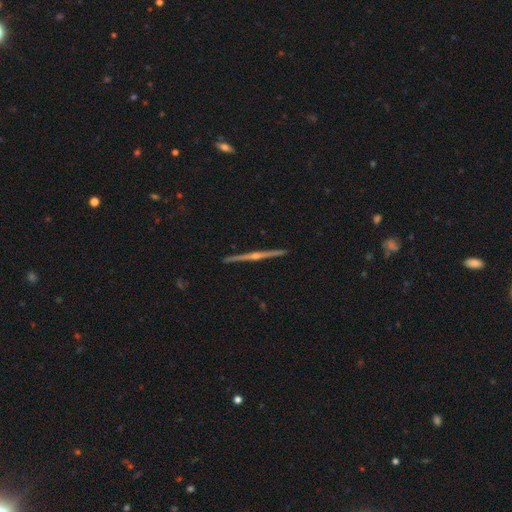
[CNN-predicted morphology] This appears to be a featured or disk galaxy (77%) viewed edge-on (97%) with a rounded central bulge (76%). Merging: none (89%).